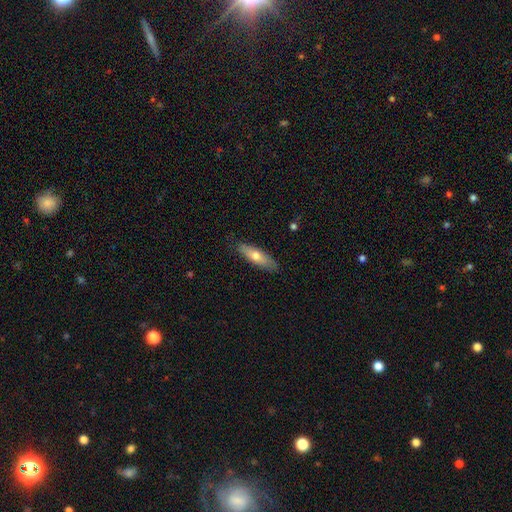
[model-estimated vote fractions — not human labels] A smooth galaxy with no disk features (64%) that is cigar-shaped (50%).

Vote fractions:
- Smooth or featured? smooth: 64% / featured or disk: 30% / star or artifact: 6%
- How rounded? cigar-shaped: 50% / in between: 48% / round: 2%
- Merging? none: 84% / minor disturbance: 12% / major disturbance: 2% / merger: 1%